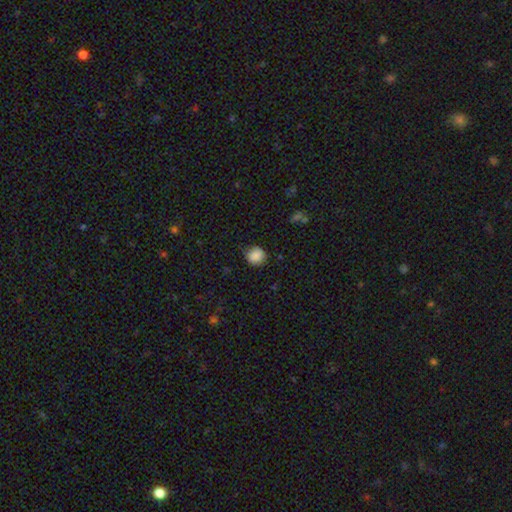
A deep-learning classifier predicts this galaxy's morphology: This is clearly a smooth galaxy (87%). How rounded: clearly round (87%). Merging: likely none (79%).